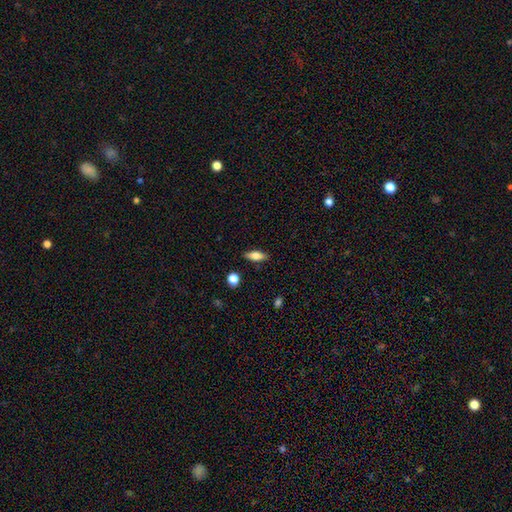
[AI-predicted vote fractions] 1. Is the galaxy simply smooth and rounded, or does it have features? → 72% smooth, 20% featured or disk, 7% star or artifact.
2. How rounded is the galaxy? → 70% in between, 27% cigar-shaped, 3% round.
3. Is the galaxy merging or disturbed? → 86% none, 10% minor disturbance, 2% major disturbance, 2% merger.